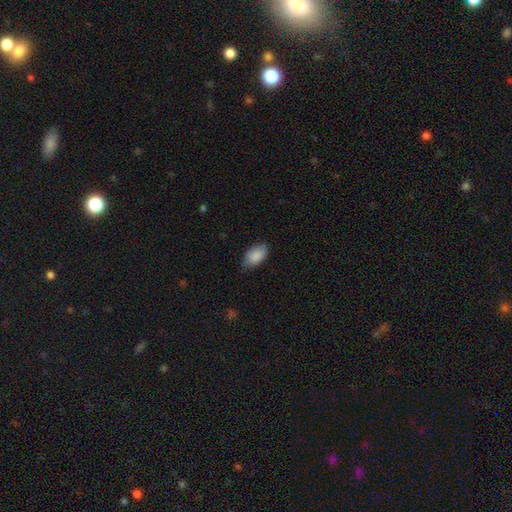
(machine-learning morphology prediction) A smooth galaxy with no disk features (87%) that is in between round and cigar-shaped (94%).

Vote fractions:
- Smooth or featured? smooth: 87% / featured or disk: 6% / star or artifact: 6%
- How rounded? in between: 94% / round: 5% / cigar-shaped: 2%
- Merging? none: 72% / minor disturbance: 23% / major disturbance: 4% / merger: 1%